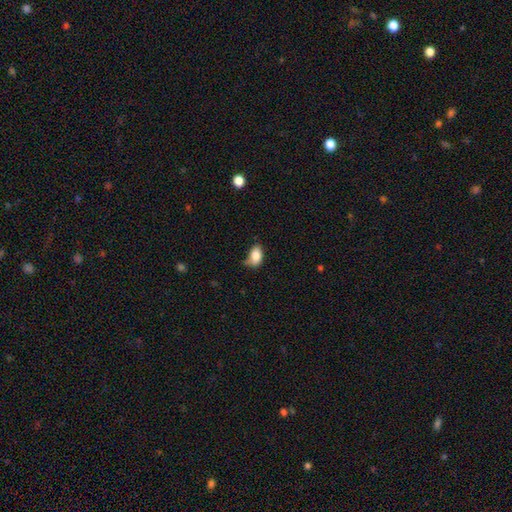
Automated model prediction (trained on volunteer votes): Smooth or featured? smooth (83%)
How rounded? in between (88%)
Merging? none (50%)